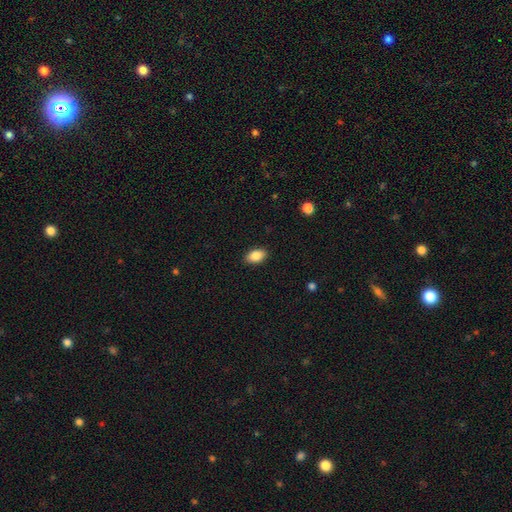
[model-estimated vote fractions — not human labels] The model was most divided on "smooth or featured": smooth: 87%, star or artifact: 8%, featured or disk: 5%. More confident: how rounded — in between (91%); merging — none (89%).